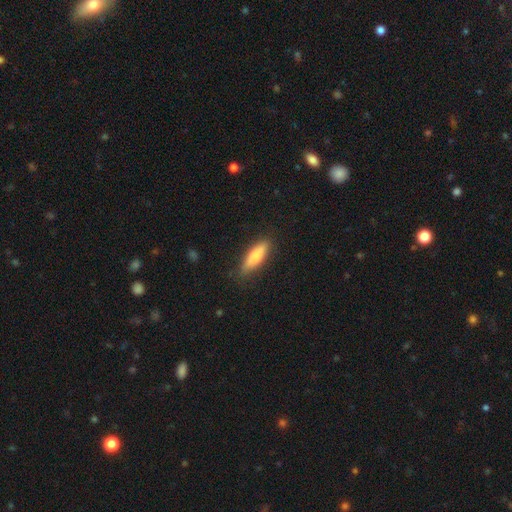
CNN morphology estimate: smooth_or_featured: smooth (p=0.79) [alt: featured or disk p=0.15]
how_rounded: cigar-shaped (p=0.55) [alt: in between p=0.43]
merging: none (p=0.83) [alt: minor disturbance p=0.13]